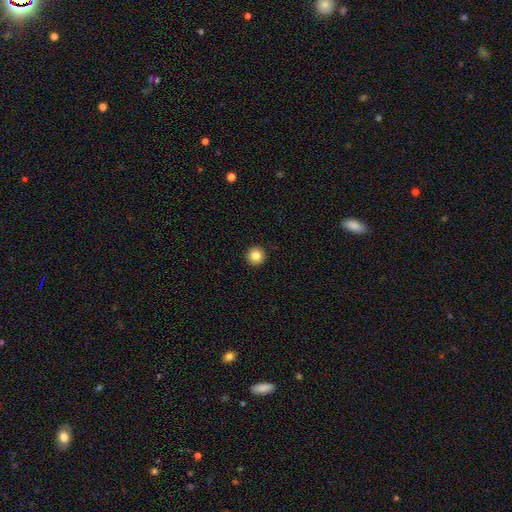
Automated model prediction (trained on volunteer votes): smooth_or_featured: smooth (p=0.83) [alt: star or artifact p=0.10]
how_rounded: round (p=0.96) [alt: in between p=0.03]
merging: none (p=0.94) [alt: minor disturbance p=0.04]